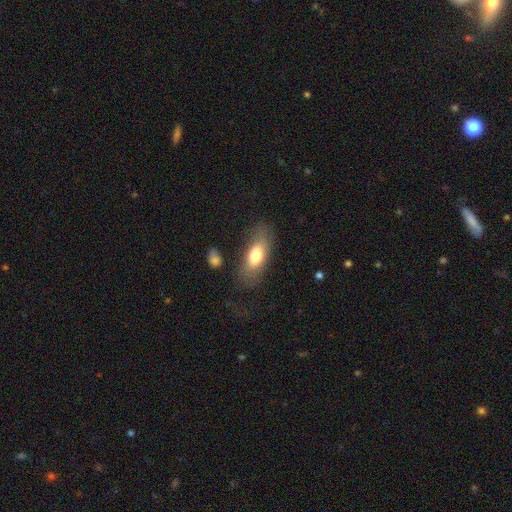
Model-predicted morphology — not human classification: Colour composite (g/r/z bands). It shows a smooth galaxy with no disk features (71%) that is in between round and cigar-shaped (82%). Merging: none (67%).